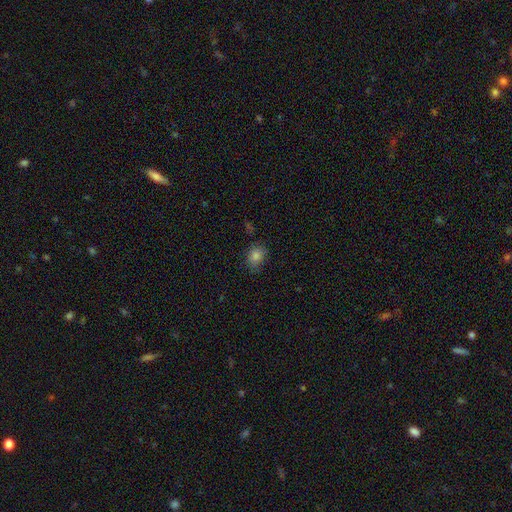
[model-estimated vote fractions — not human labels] This appears to be a smooth galaxy with no disk features (81%) that is in between round and cigar-shaped (62%). Merging: none (76%).